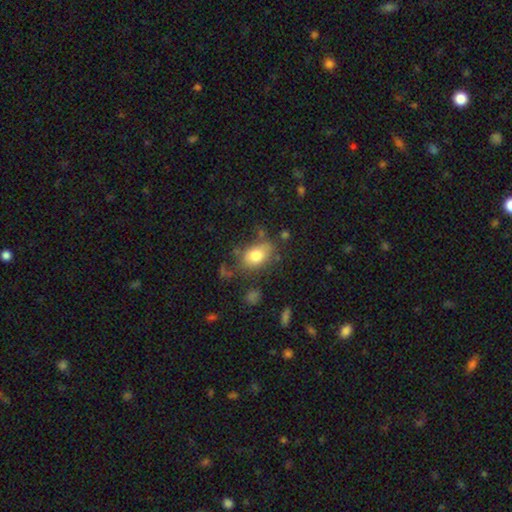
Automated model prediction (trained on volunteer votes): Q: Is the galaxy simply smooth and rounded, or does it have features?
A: smooth — 79%.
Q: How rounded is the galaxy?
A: in between — 82%.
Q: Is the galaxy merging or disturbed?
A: none — 63%.